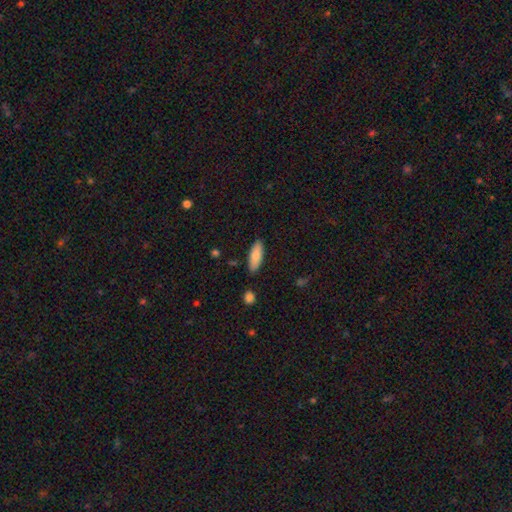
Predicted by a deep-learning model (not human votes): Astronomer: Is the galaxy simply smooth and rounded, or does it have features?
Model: smooth — 85%.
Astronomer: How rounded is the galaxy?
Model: in between — 62%.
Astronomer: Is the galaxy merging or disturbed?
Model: none — 86%.